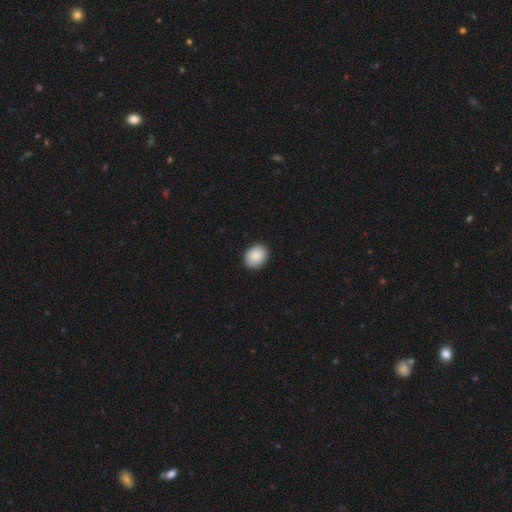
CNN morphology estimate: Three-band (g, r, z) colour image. It shows a smooth galaxy with no disk features (89%) that is in between round and cigar-shaped (53%). Merging: none (90%).